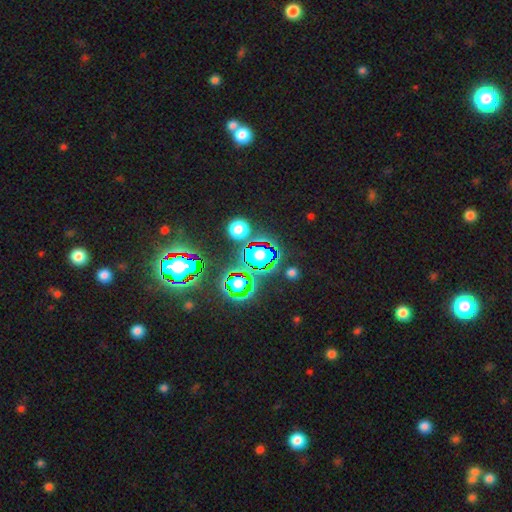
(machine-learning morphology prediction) Q: Smooth or featured?
A: star or artifact (82%); runner-up: smooth (11%)